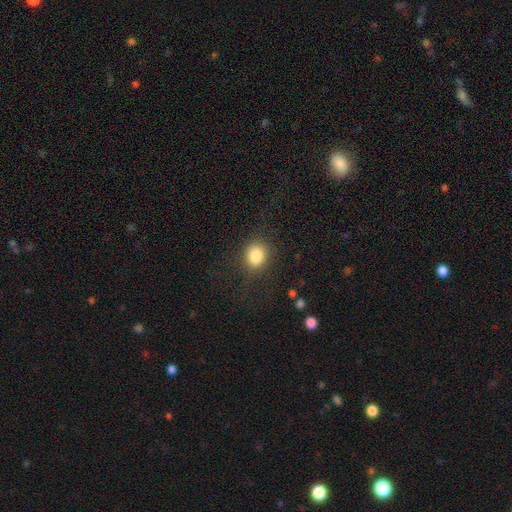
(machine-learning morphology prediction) A smooth galaxy with no disk features (85%) that is round (62%).

Vote fractions:
- Smooth or featured? smooth: 85% / star or artifact: 10% / featured or disk: 5%
- How rounded? round: 62% / in between: 37% / cigar-shaped: 1%
- Merging? none: 81% / minor disturbance: 12% / major disturbance: 6% / merger: 1%